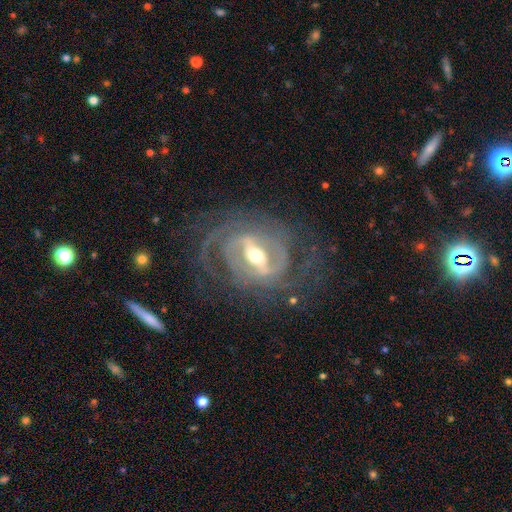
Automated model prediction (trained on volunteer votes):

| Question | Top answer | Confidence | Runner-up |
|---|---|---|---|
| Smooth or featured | featured or disk | 88% | smooth (6%) |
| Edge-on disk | no | 94% | yes (6%) |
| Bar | strong | 63% | weak (26%) |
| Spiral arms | yes | 90% | no (10%) |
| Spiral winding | tight | 40% | tied: medium (40%) |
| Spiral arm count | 2 | 55% | can't tell (19%) |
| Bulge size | moderate | 65% | small (22%) |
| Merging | none | 66% | major disturbance (17%) |